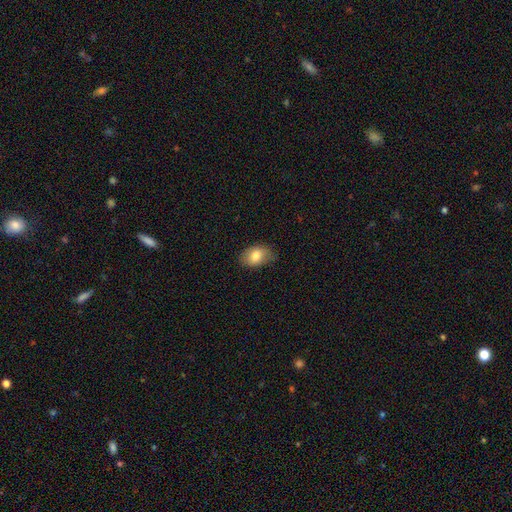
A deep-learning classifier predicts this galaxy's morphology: This is clearly a smooth galaxy (81%). How rounded: clearly in between (84%). Merging: likely none (74%).